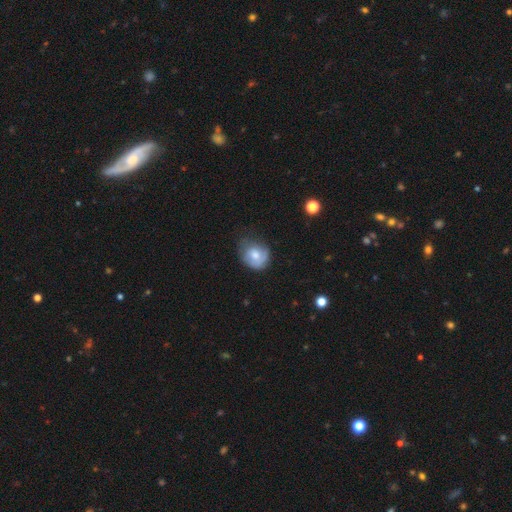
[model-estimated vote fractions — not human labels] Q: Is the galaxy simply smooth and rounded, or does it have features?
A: smooth — 65%.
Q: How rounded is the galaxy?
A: round — 66%.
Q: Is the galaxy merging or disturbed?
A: none — 48%.